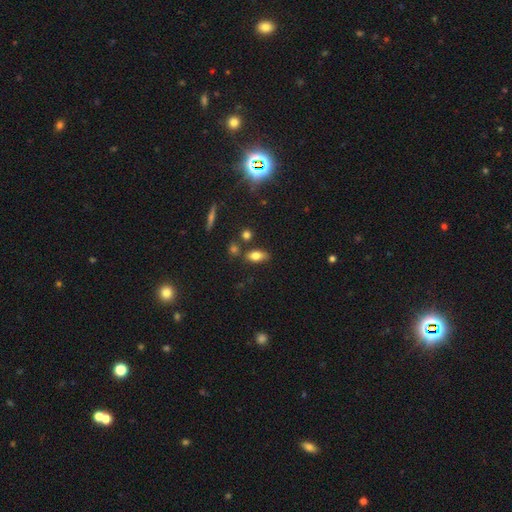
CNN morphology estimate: type=smooth (73%); roundness=in between (82%); merging=none (72%).